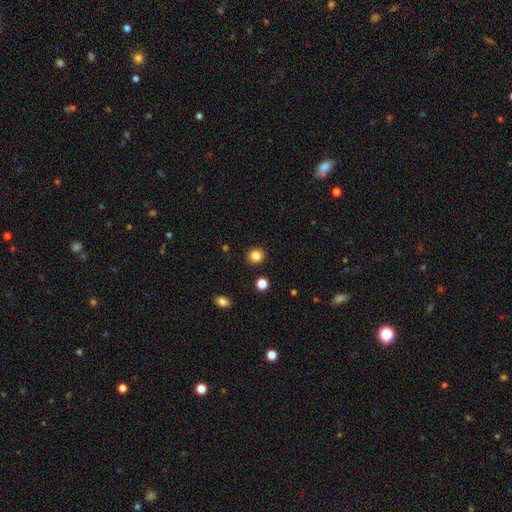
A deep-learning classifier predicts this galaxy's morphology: Smooth or featured? smooth (84%)
How rounded? round (90%)
Merging? none (91%)